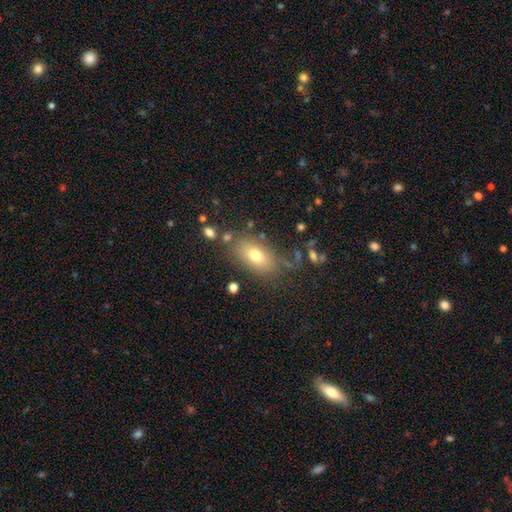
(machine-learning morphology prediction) Smooth or featured: smooth — 73% (featured or disk — 16%)
How rounded: in between — 87% (round — 9%)
Merging: none — 74% (minor disturbance — 15%)